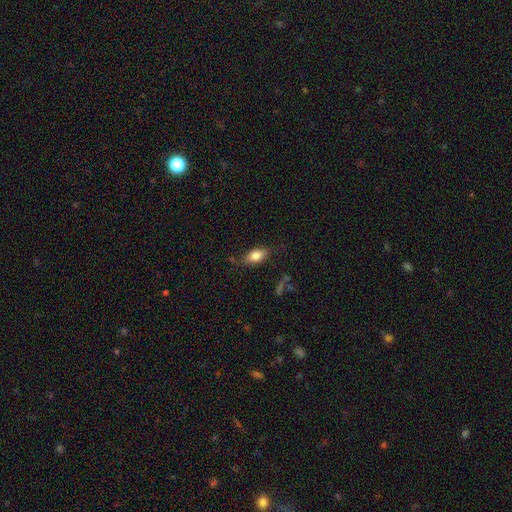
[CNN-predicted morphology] Overall: smooth (79%). How rounded: in between (86%). Merging: none (76%).